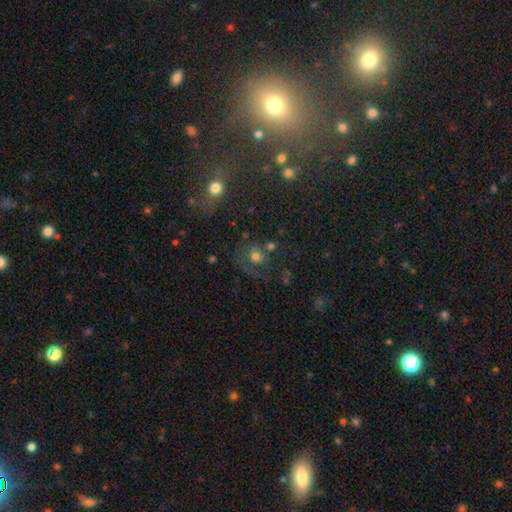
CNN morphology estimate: This is possibly a smooth galaxy (54%). How rounded: likely round (76%). Merging: possibly none (50%).